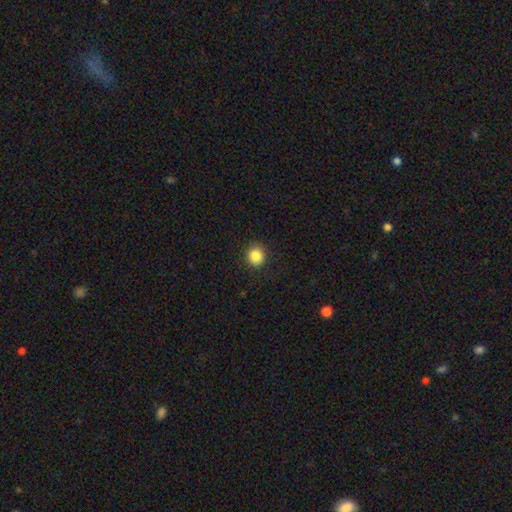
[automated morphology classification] Overall: smooth (86%). How rounded: round (84%). Merging: none (89%).